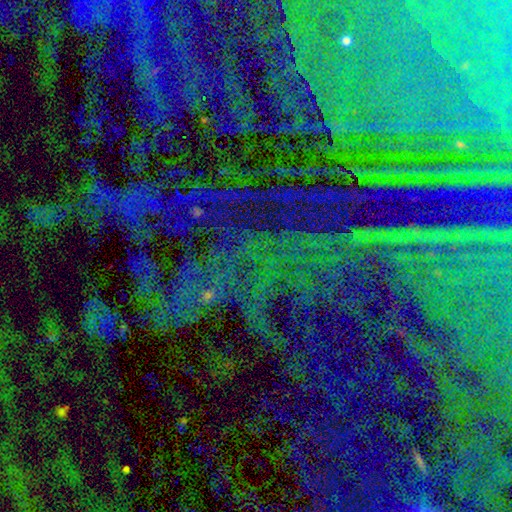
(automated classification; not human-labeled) Q: Smooth or featured?
A: star or artifact (84%); runner-up: featured or disk (8%)